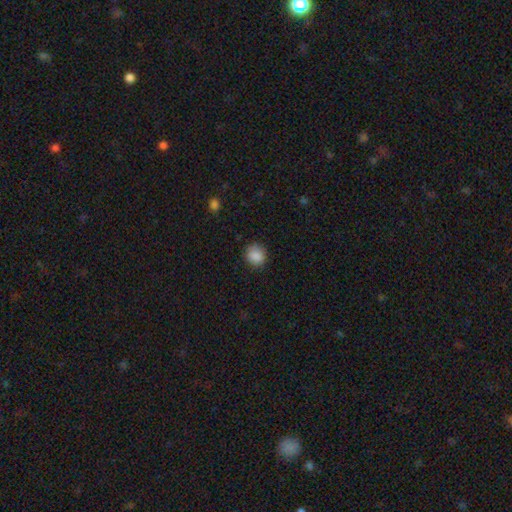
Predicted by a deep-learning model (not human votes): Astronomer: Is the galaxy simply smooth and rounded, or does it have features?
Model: smooth — 87%.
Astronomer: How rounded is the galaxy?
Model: round — 85%.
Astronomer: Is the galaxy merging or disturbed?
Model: none — 87%.